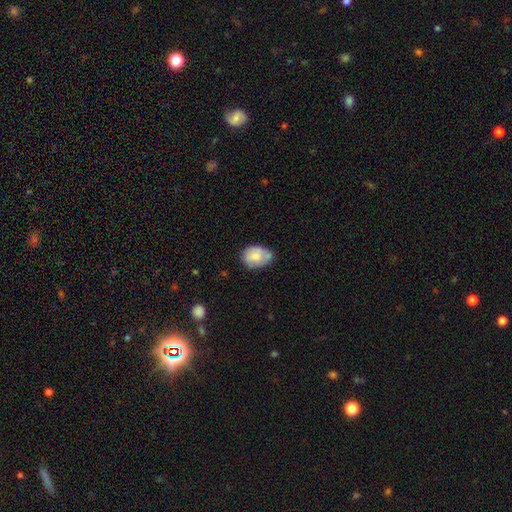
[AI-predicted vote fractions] This appears to be a smooth galaxy with no disk features (77%) that is in between round and cigar-shaped (69%). Merging: none (47%).